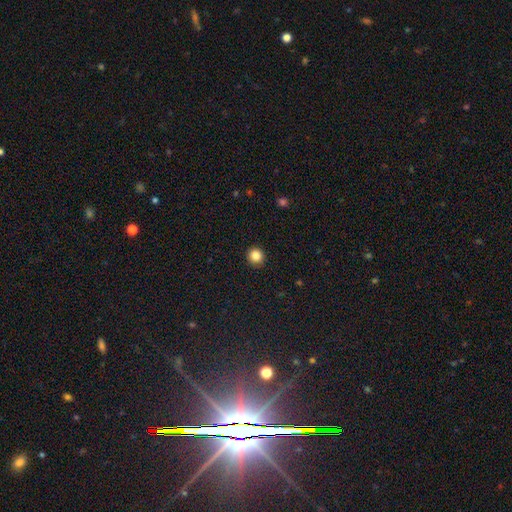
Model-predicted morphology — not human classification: This is clearly a smooth galaxy (86%). How rounded: clearly round (93%). Merging: clearly none (92%).